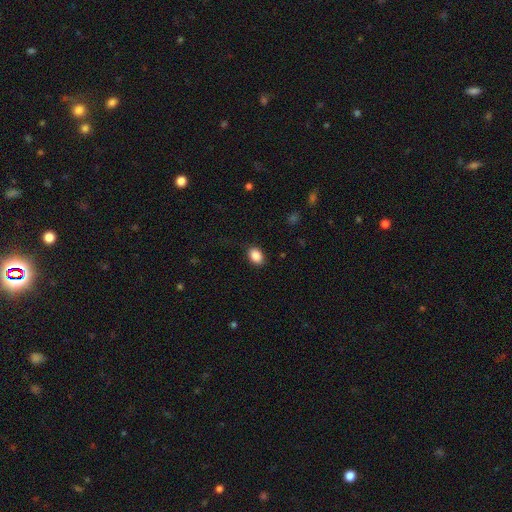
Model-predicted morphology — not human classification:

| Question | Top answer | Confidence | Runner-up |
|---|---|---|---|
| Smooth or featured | smooth | 88% | star or artifact (8%) |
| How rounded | in between | 74% | round (25%) |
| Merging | none | 85% | minor disturbance (11%) |